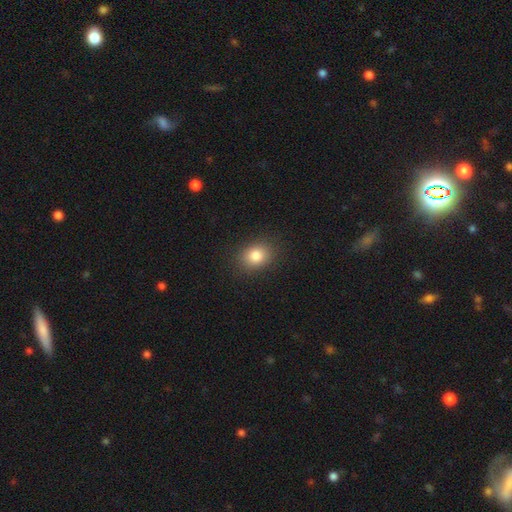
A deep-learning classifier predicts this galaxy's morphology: Smooth or featured? smooth (82%)
How rounded? in between (51%)
Merging? none (88%)